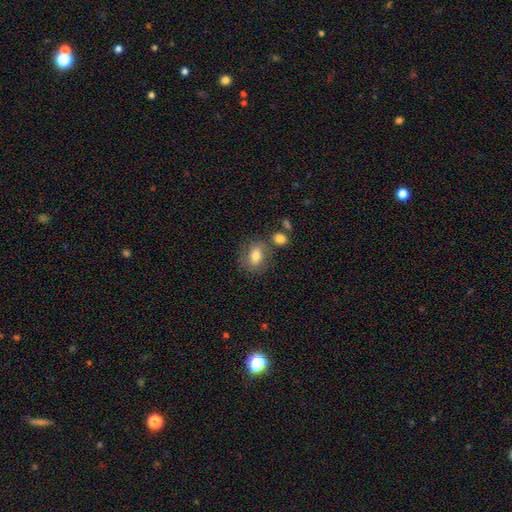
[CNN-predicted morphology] smooth-or-featured: smooth: 78% | featured or disk: 14% | star or artifact: 9%
  how-rounded: in between: 69% | round: 29% | cigar-shaped: 2%
  merging: none: 66% | minor disturbance: 16% | merger: 12% | major disturbance: 6%